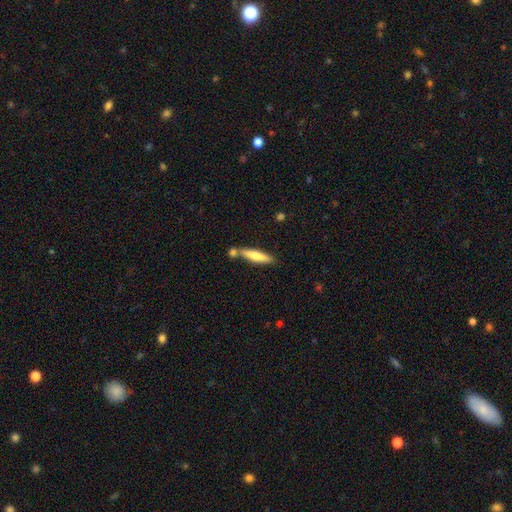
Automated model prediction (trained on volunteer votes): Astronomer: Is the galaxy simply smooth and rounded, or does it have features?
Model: smooth — 67%.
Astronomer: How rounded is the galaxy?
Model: cigar-shaped — 85%.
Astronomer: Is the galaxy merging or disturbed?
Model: none — 69%.